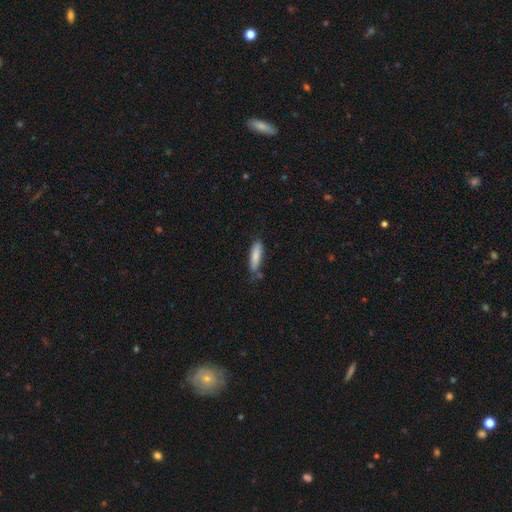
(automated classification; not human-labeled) This is clearly a smooth galaxy (82%). How rounded: likely cigar-shaped (69%). Merging: likely none (68%).